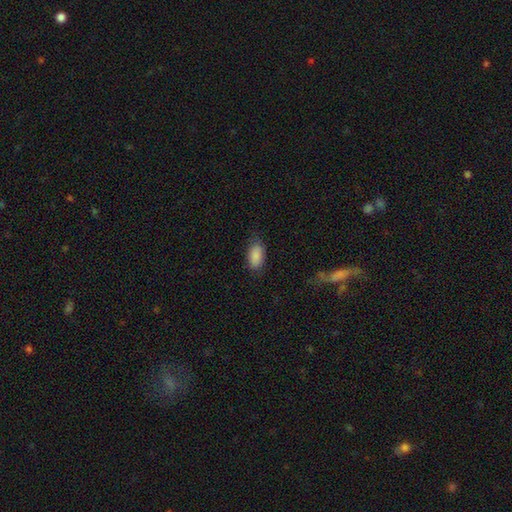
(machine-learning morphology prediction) The model was most divided on "merging": none: 77%, minor disturbance: 17%, major disturbance: 5%, merger: 1%. More confident: how rounded — in between (93%); smooth or featured — smooth (88%).